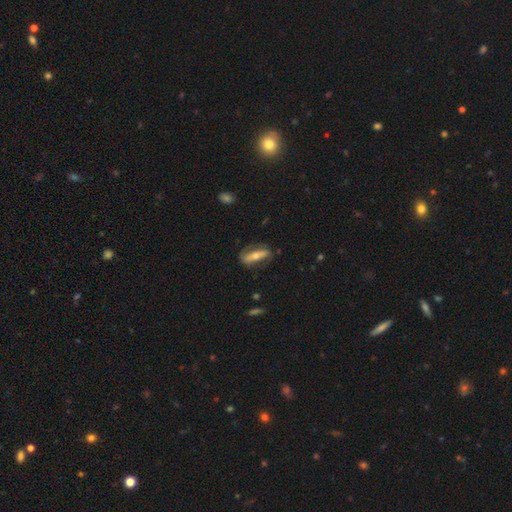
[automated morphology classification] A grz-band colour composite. It shows a featured or disk galaxy (66%). Merging: none (68%).